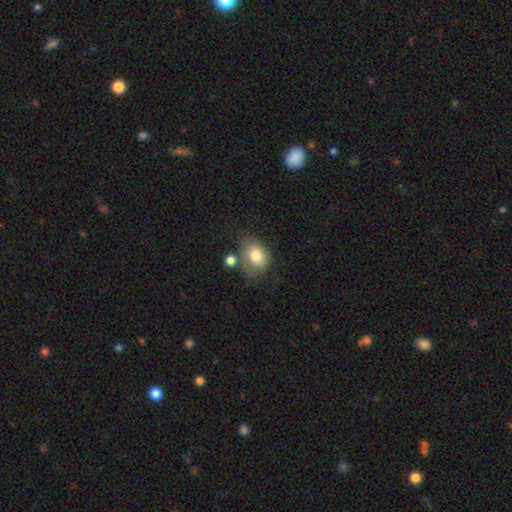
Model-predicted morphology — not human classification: smooth_or_featured: smooth (p=0.76) [alt: featured or disk p=0.16]
how_rounded: in between (p=0.67) [alt: round p=0.32]
merging: none (p=0.46) [alt: minor disturbance p=0.28]